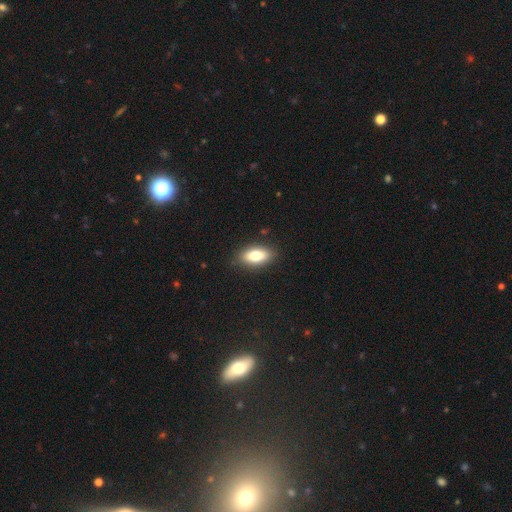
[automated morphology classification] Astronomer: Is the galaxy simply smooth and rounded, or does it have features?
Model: smooth — 79%.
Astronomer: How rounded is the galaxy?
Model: in between — 87%.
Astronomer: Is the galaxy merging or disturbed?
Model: none — 87%.